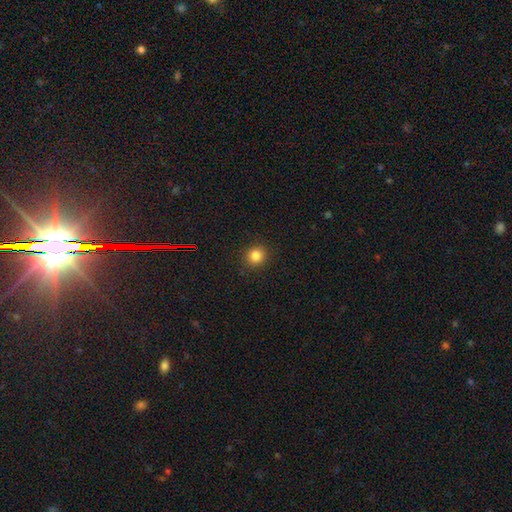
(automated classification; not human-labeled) Overall: smooth (83%). How rounded: round (89%). Merging: none (90%).